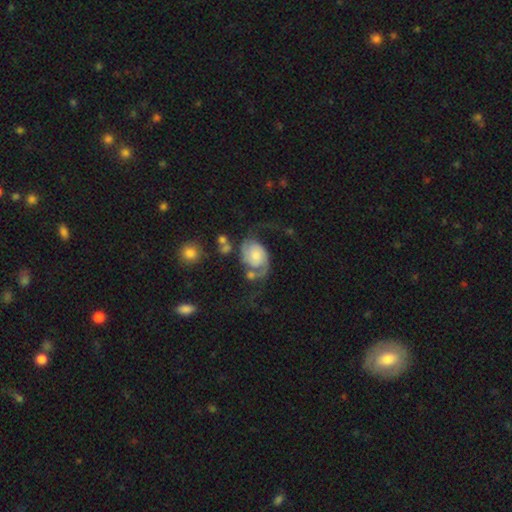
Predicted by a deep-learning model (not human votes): Q: Smooth or featured?
A: featured or disk (75%); runner-up: smooth (19%)
Q: Edge-on disk?
A: no (97%); runner-up: yes (3%)
Q: Bar?
A: no (70%); runner-up: weak (25%)
Q: Spiral arms?
A: yes (93%); runner-up: no (7%)
Q: Spiral winding?
A: loose (43%); runner-up: medium (38%)
Q: Spiral arm count?
A: 2 (84%); runner-up: 1 (6%)
Q: Bulge size?
A: small (38%); runner-up: moderate (36%)
Q: Merging?
A: none (37%); runner-up: major disturbance (30%)